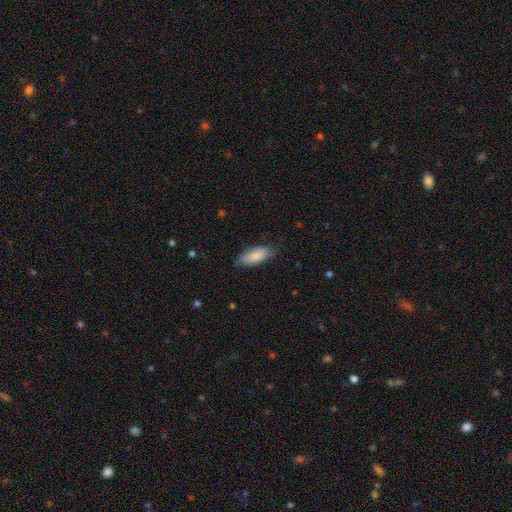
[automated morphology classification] type=smooth (80%); roundness=in between (82%); merging=none (67%).